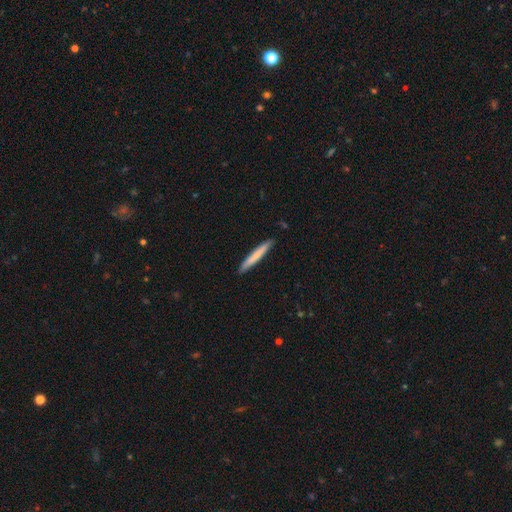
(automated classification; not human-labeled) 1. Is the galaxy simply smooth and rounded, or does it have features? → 74% smooth, 21% featured or disk, 5% star or artifact.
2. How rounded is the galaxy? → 96% cigar-shaped, 3% in between, 1% round.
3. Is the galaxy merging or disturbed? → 91% none, 7% minor disturbance, 1% major disturbance, 1% merger.